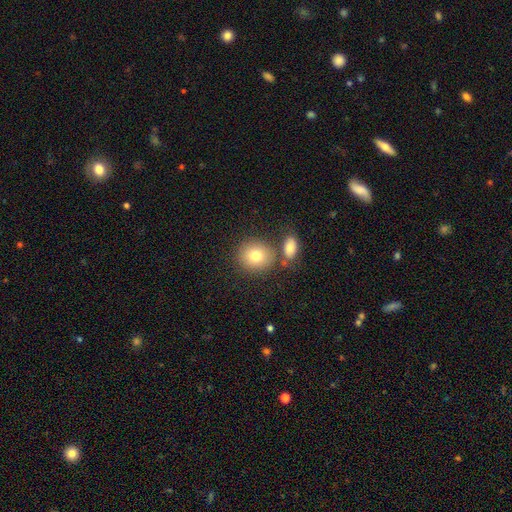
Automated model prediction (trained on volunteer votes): A smooth galaxy with no disk features (78%) that is round (80%). Merging: none (70%).